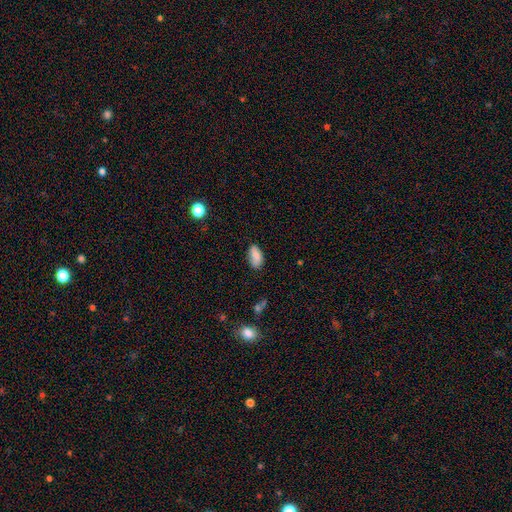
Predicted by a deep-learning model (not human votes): smooth-or-featured: smooth: 81% | featured or disk: 11% | star or artifact: 8%
  how-rounded: in between: 92% | cigar-shaped: 4% | round: 4%
  merging: none: 75% | minor disturbance: 20% | major disturbance: 4% | merger: 2%